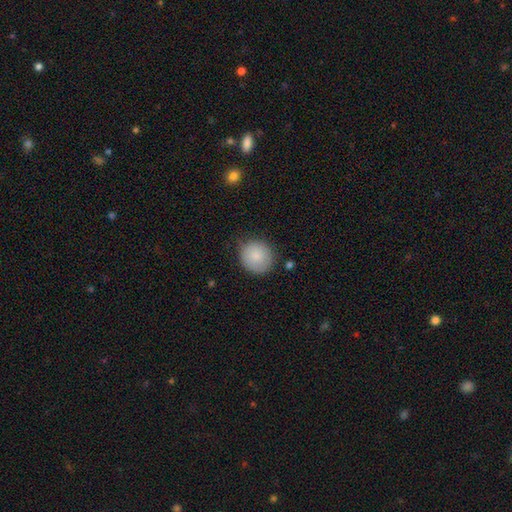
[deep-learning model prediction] This appears to be a smooth galaxy with no disk features (85%) that is round (89%). Merging: none (75%).